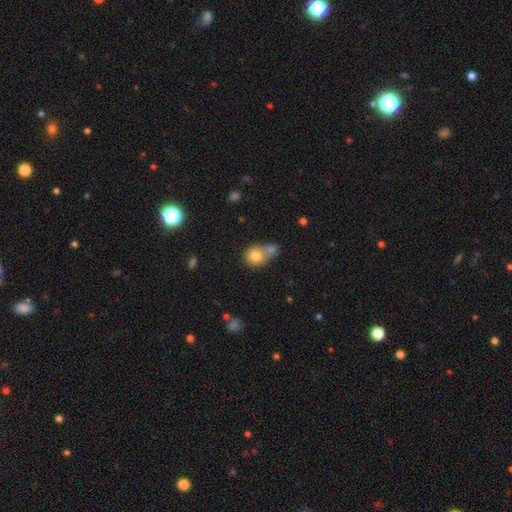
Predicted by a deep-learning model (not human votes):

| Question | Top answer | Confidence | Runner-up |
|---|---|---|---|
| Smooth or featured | smooth | 77% | featured or disk (13%) |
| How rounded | round | 74% | in between (25%) |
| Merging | merger | 51% | none (35%) |